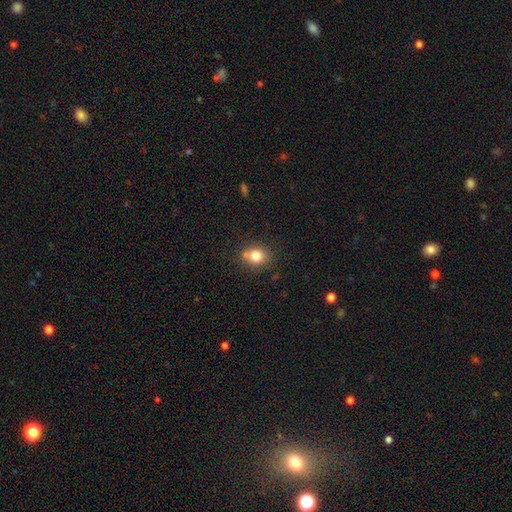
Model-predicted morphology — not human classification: smooth 78%, star or artifact 12%, featured or disk 11%. Down the decision tree: how rounded — round (67%); merging — none (68%).